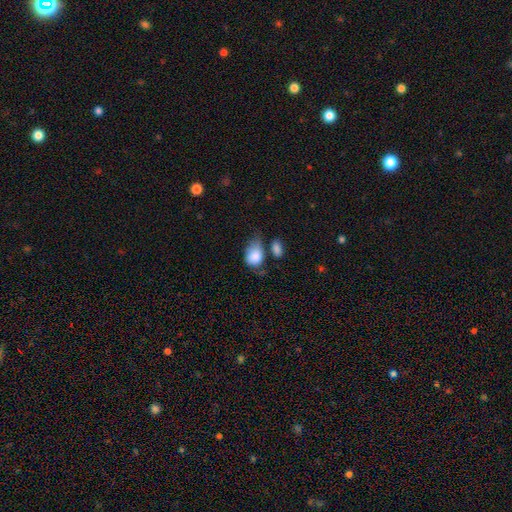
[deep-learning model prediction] A smooth galaxy with no disk features (82%) that is in between round and cigar-shaped (73%). Merging: minor disturbance (36%).